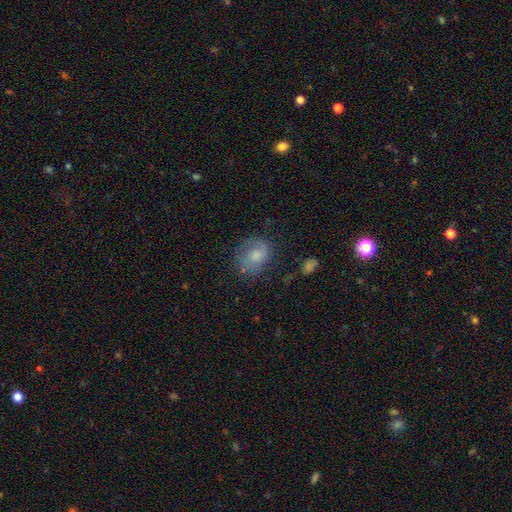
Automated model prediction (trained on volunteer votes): smooth_or_featured: smooth (p=0.62) [alt: featured or disk p=0.28]
how_rounded: round (p=0.57) [alt: in between p=0.42]
merging: none (p=0.60) [alt: minor disturbance p=0.25]